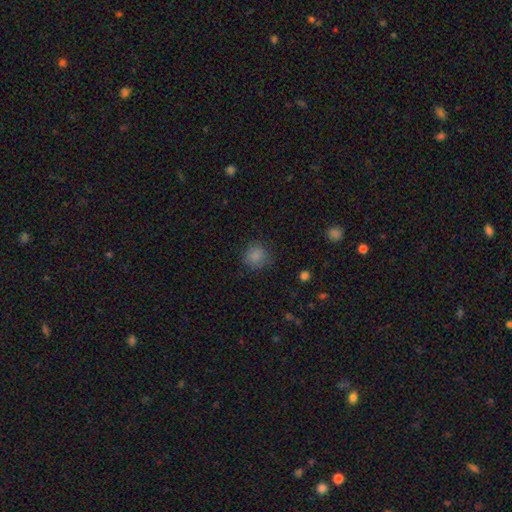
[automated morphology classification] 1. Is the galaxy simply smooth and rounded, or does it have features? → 83% smooth, 12% star or artifact, 5% featured or disk.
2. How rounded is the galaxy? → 88% round, 11% in between, 1% cigar-shaped.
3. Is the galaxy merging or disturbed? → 79% none, 15% minor disturbance, 4% major disturbance, 1% merger.